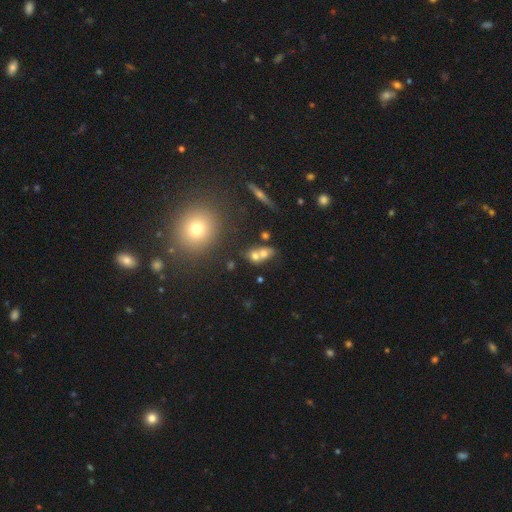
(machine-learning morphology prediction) This is likely a smooth galaxy (63%). How rounded: possibly in between (52%). Merging: likely merger (61%).